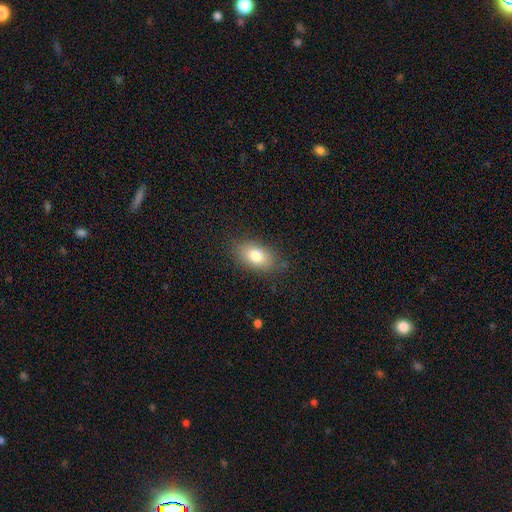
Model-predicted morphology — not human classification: Smooth or featured? smooth (79%)
How rounded? in between (88%)
Merging? none (83%)